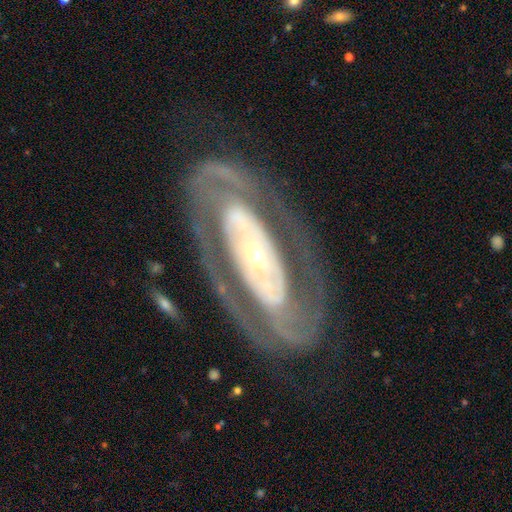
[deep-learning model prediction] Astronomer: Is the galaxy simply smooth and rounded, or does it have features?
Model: featured or disk — 86%.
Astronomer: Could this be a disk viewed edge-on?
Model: no — 92%.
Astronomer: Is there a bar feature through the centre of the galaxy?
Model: no — 59%.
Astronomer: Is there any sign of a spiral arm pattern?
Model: yes — 75%.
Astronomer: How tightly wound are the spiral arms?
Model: tight — 55% (runner-up: medium, 31%).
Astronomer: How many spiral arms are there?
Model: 2 — 67%.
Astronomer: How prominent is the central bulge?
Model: small — 68%.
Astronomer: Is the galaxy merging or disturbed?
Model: none — 70%.